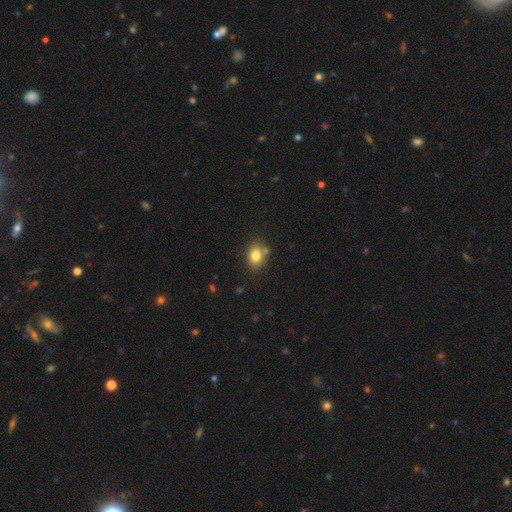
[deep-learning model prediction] smooth 81%, star or artifact 11%, featured or disk 9%. Down the decision tree: how rounded — in between (54%); merging — none (70%).